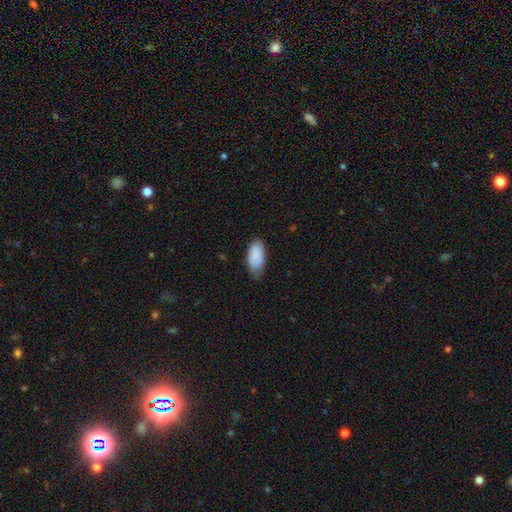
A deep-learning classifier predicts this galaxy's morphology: Smooth or featured? smooth (87%)
How rounded? in between (93%)
Merging? none (65%)